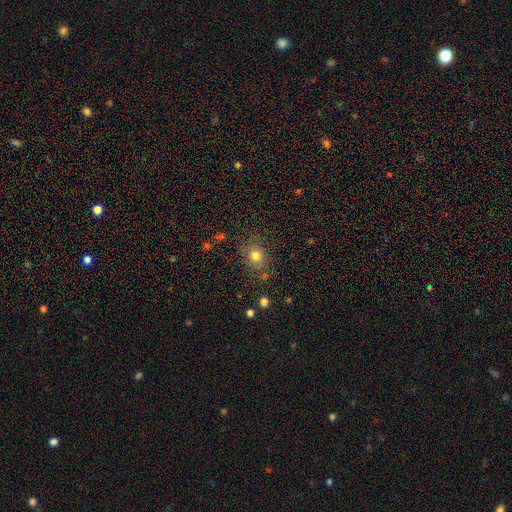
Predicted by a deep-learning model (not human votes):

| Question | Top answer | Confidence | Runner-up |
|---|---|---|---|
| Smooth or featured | smooth | 76% | star or artifact (15%) |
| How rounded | round | 68% | in between (31%) |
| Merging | none | 78% | minor disturbance (13%) |